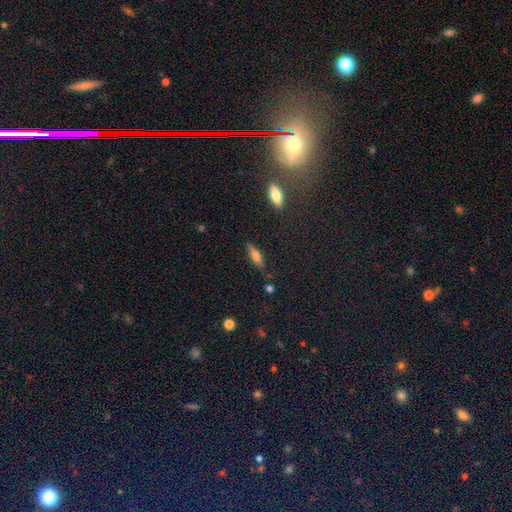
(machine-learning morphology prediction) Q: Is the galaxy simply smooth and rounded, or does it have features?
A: smooth — 67%.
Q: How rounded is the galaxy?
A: cigar-shaped — 60%.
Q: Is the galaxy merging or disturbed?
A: none — 80%.